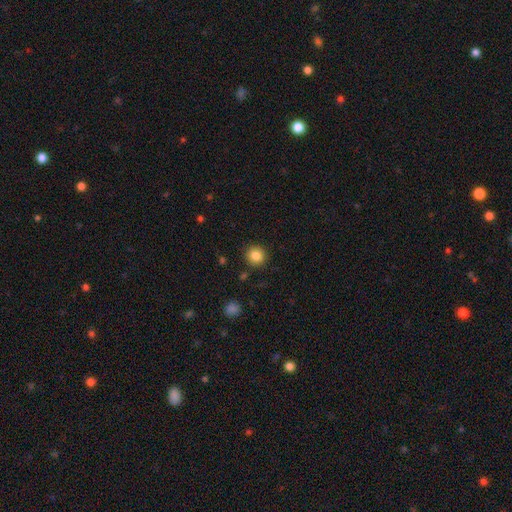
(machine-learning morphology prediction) A smooth galaxy with no disk features (84%) that is round (92%).

Vote fractions:
- Smooth or featured? smooth: 84% / star or artifact: 10% / featured or disk: 5%
- How rounded? round: 92% / in between: 7% / cigar-shaped: 1%
- Merging? none: 90% / minor disturbance: 6% / major disturbance: 2% / merger: 2%